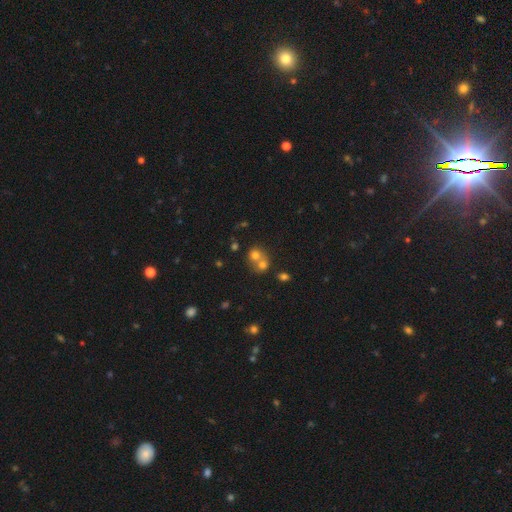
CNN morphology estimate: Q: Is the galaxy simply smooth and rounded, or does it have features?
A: smooth — 68%.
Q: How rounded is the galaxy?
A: round — 76%.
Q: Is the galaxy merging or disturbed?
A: merger — 62%.